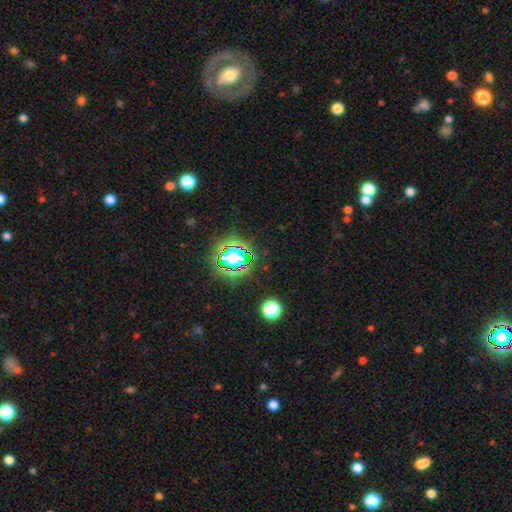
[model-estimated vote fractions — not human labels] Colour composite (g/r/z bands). It shows a star or artifact, not a galaxy (71%).